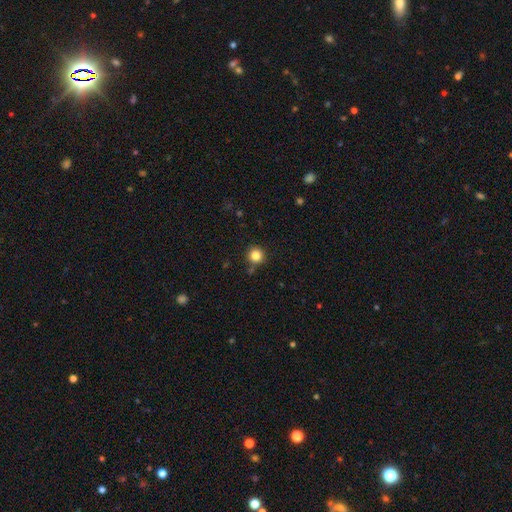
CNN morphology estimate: smooth-or-featured: smooth: 84% | star or artifact: 12% | featured or disk: 5%
  how-rounded: round: 94% | in between: 5% | cigar-shaped: 1%
  merging: none: 85% | minor disturbance: 8% | merger: 4% | major disturbance: 2%